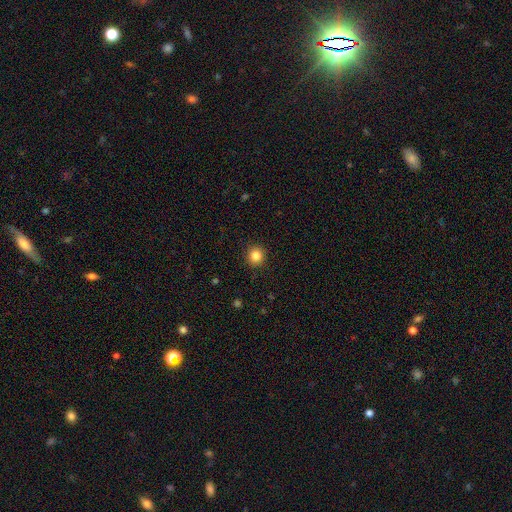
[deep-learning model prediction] Overall: smooth (85%). How rounded: round (93%). Merging: none (92%).